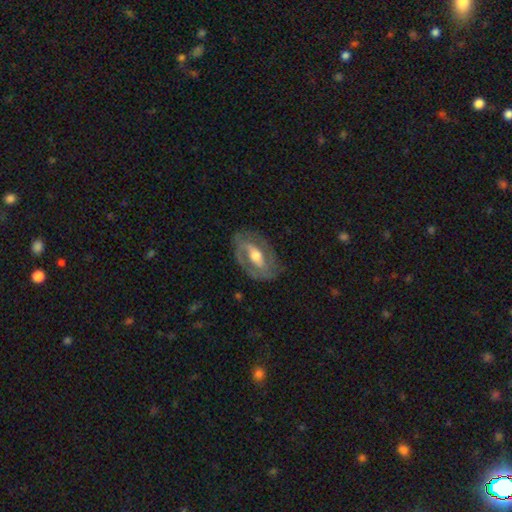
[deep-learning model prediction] Morphology: type=featured or disk (78%); edge-on=no (93%); bar=weak (38%); spiral arms=yes (79%); winding=medium (43%); arm count=2 (69%); bulge=moderate (69%); merging=none (70%).